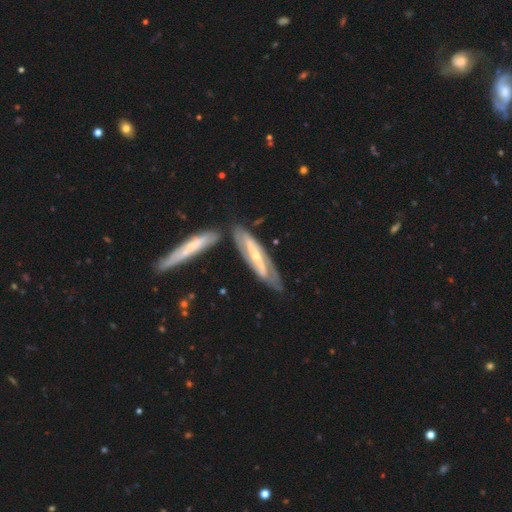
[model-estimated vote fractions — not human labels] A featured or disk galaxy (80%) with a strong bar (54%), spiral arms (87%) and a small central bulge (61%).

Vote fractions:
- Smooth or featured? featured or disk: 80% / smooth: 15% / star or artifact: 5%
- Edge-on disk? no: 72% / yes: 28%
- Bar? strong: 54% / weak: 29% / no: 17%
- Spiral arms? yes: 87% / no: 13%
- Bulge size? small: 61% / moderate: 34% / none: 2% / large: 2% / dominant: 1%
- Merging? none: 68% / minor disturbance: 15% / merger: 12% / major disturbance: 5%